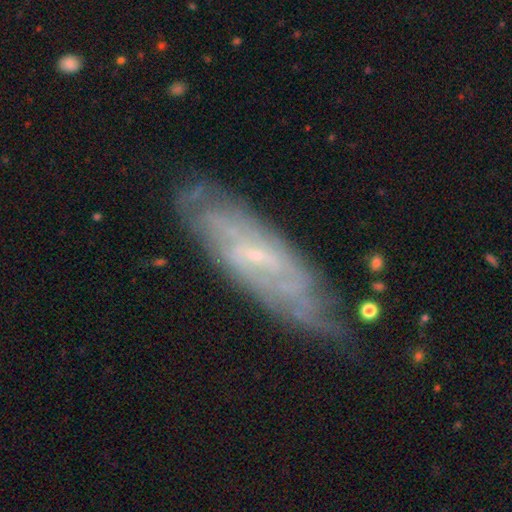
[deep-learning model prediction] Morphology: type=featured or disk (75%); edge-on=no (77%); bar=weak (44%); spiral arms=yes (82%); bulge=small (79%); merging=none (71%).